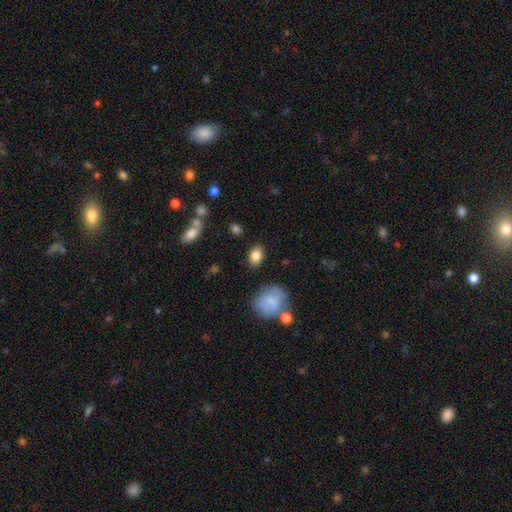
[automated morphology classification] Smooth or featured: smooth — 83% (featured or disk — 9%)
How rounded: in between — 80% (round — 19%)
Merging: none — 83% (minor disturbance — 11%)